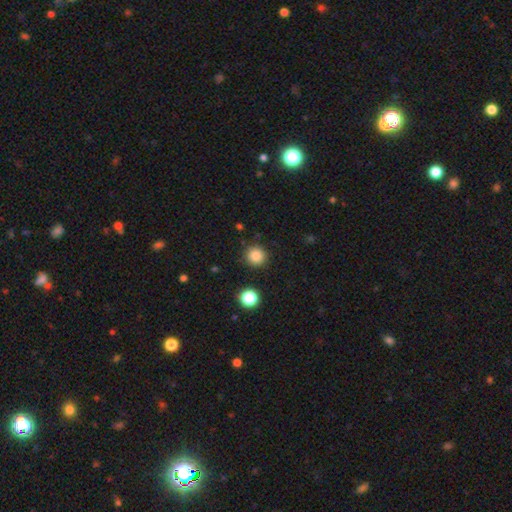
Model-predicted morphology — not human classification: Q: Smooth or featured?
A: smooth (85%); runner-up: star or artifact (12%)
Q: How rounded?
A: round (95%); runner-up: in between (4%)
Q: Merging?
A: none (90%); runner-up: minor disturbance (6%)